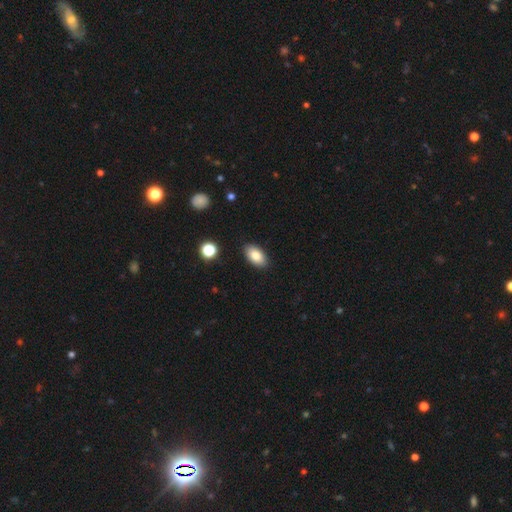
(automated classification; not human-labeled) Morphology: type=smooth (85%); roundness=in between (94%); merging=none (88%).